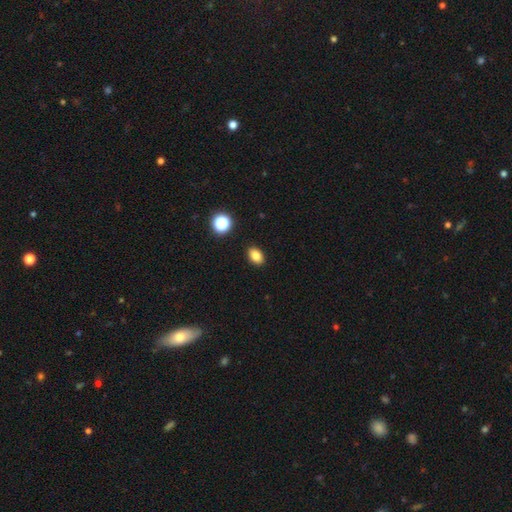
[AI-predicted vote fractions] Smooth or featured?
  - smooth: 83% *
  - star or artifact: 11%
  - featured or disk: 6%
How rounded?
  - in between: 80% *
  - round: 18%
  - cigar-shaped: 1%
Merging?
  - none: 89% *
  - minor disturbance: 7%
  - major disturbance: 2%
  - merger: 2%